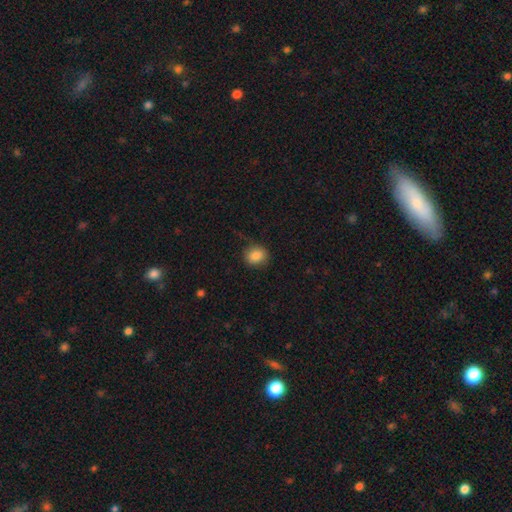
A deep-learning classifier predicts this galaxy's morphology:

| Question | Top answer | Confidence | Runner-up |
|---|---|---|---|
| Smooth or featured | smooth | 86% | star or artifact (9%) |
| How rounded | round | 65% | in between (34%) |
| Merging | none | 82% | minor disturbance (13%) |